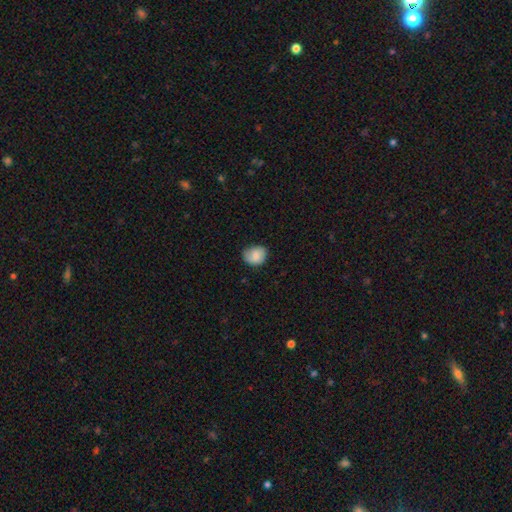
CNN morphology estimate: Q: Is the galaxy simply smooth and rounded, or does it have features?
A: smooth — 77%.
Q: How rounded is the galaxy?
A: round — 57%.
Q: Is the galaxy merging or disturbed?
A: none — 67%.